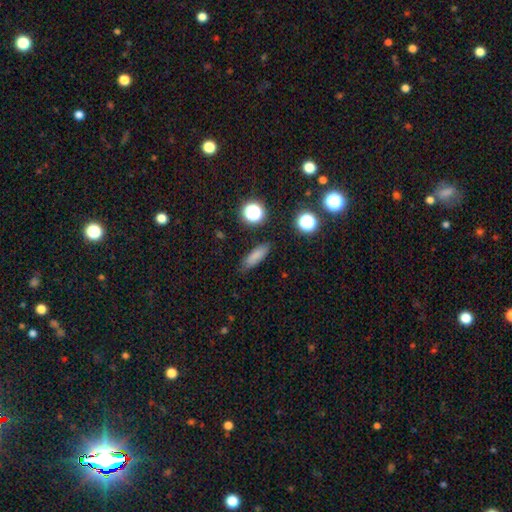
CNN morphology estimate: Q: Smooth or featured?
A: smooth (80%); runner-up: star or artifact (13%)
Q: How rounded?
A: in between (52%); runner-up: cigar-shaped (41%)
Q: Merging?
A: none (81%); runner-up: minor disturbance (13%)